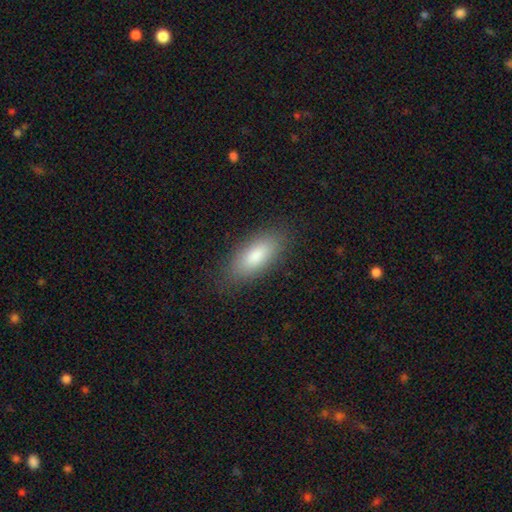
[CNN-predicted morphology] This appears to be a smooth galaxy with no disk features (83%) that is in between round and cigar-shaped (81%). Merging: none (85%).